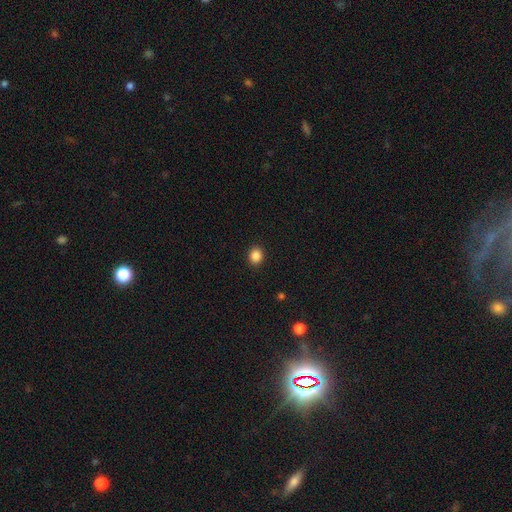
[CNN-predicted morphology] Smooth or featured? Predicted: smooth (p=0.86). How rounded? Predicted: round (p=0.74). Merging? Predicted: none (p=0.92).